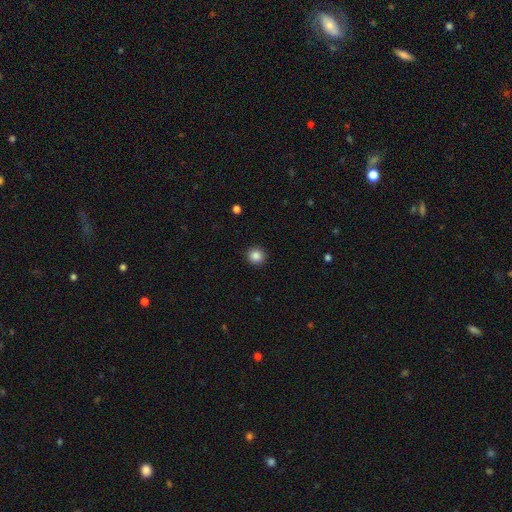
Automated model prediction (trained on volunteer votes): Q: Smooth or featured?
A: smooth (86%); runner-up: star or artifact (10%)
Q: How rounded?
A: round (94%); runner-up: in between (5%)
Q: Merging?
A: none (92%); runner-up: minor disturbance (5%)